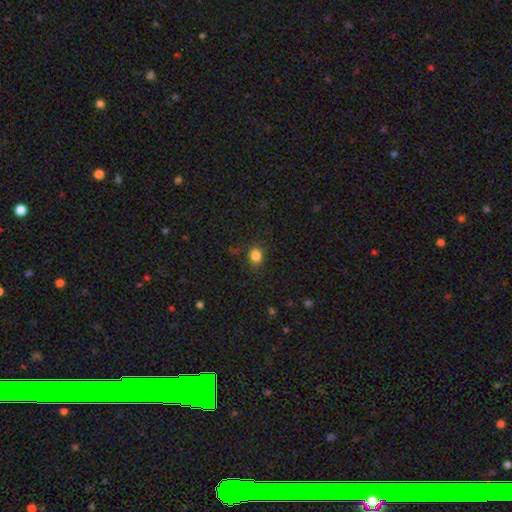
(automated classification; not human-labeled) This is clearly a smooth galaxy (83%). How rounded: likely round (68%). Merging: clearly none (80%).